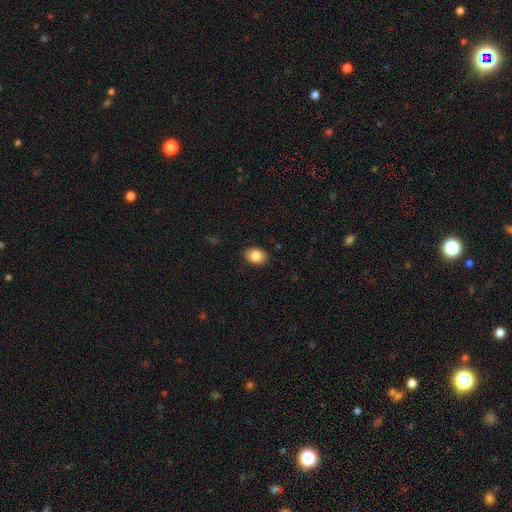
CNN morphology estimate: Smooth or featured: smooth — 86% (star or artifact — 8%)
How rounded: in between — 73% (round — 26%)
Merging: none — 89% (minor disturbance — 8%)